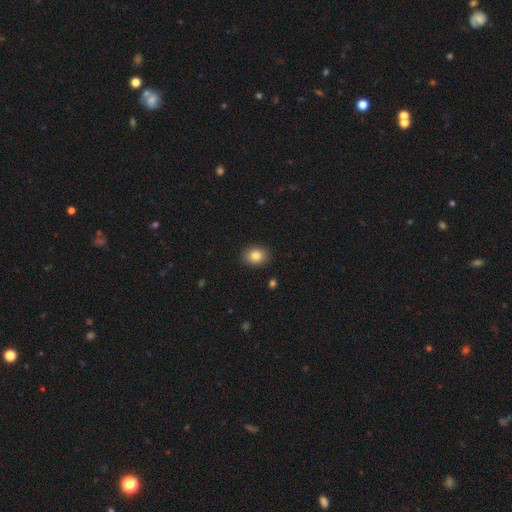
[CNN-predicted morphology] smooth_or_featured: smooth (p=0.84) [alt: star or artifact p=0.09]
how_rounded: in between (p=0.54) [alt: round p=0.45]
merging: none (p=0.89) [alt: minor disturbance p=0.08]